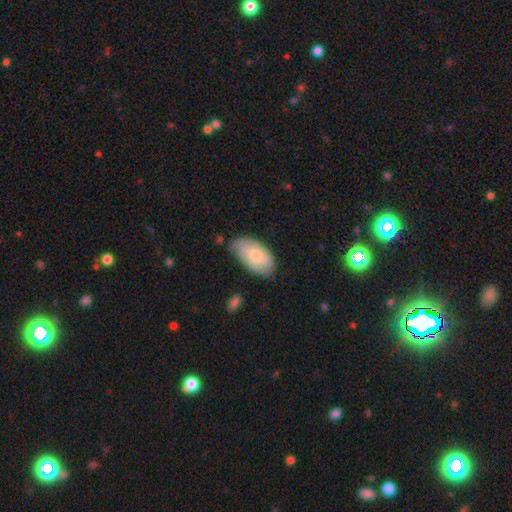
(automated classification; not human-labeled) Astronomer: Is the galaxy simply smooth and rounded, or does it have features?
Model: smooth — 59% (runner-up: featured or disk, 35%).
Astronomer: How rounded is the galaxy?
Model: in between — 94%.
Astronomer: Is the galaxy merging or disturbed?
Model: none — 66%.